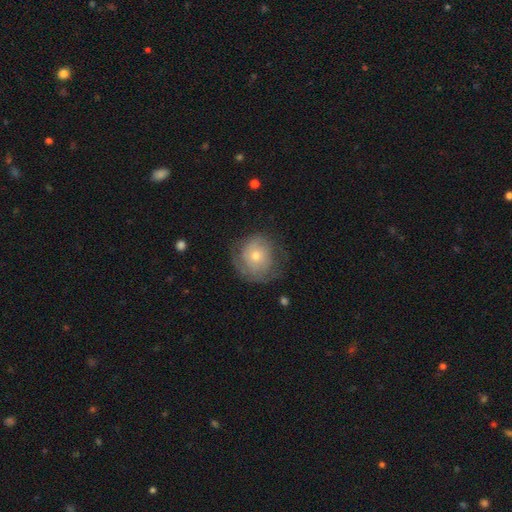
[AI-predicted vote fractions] Smooth or featured?
  - featured or disk: 50% *
  - smooth: 42%
  - star or artifact: 7%
Edge-on disk?
  - no: 97% *
  - yes: 3%
Merging?
  - none: 62% *
  - minor disturbance: 23%
  - major disturbance: 14%
  - merger: 1%